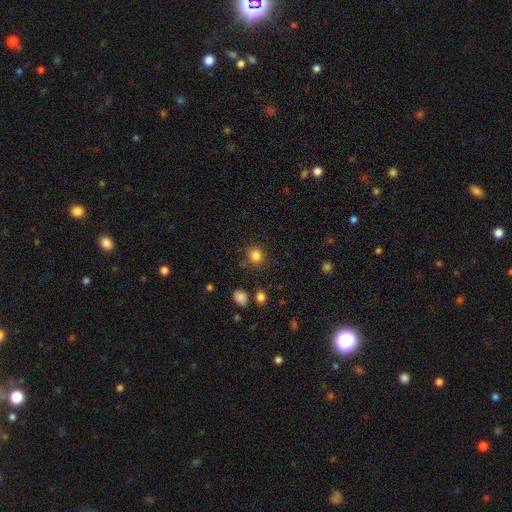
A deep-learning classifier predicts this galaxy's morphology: Smooth or featured?
  - smooth: 83% *
  - star or artifact: 12%
  - featured or disk: 5%
How rounded?
  - round: 87% *
  - in between: 13%
  - cigar-shaped: 1%
Merging?
  - none: 82% *
  - minor disturbance: 11%
  - major disturbance: 4%
  - merger: 4%